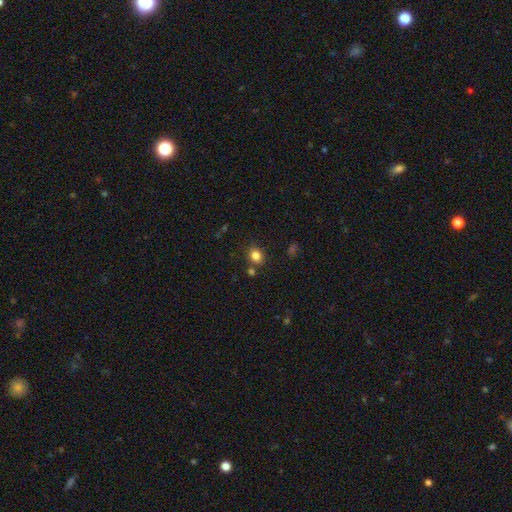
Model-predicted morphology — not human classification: This appears to be a smooth galaxy with no disk features (82%) that is round (65%). Merging: none (79%).